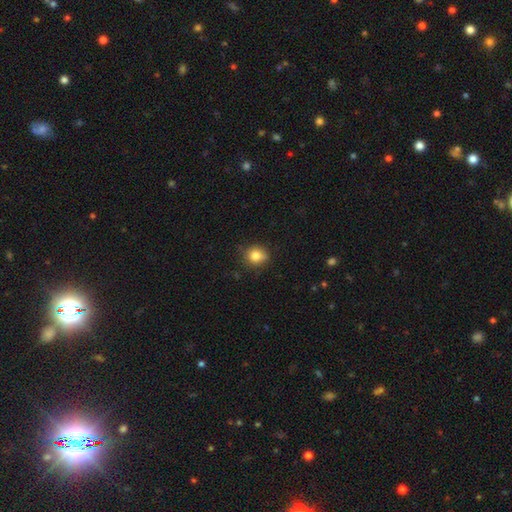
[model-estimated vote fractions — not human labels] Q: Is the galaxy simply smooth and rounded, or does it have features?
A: smooth — 82%.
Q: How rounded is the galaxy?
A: round — 76%.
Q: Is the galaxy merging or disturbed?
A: none — 75%.